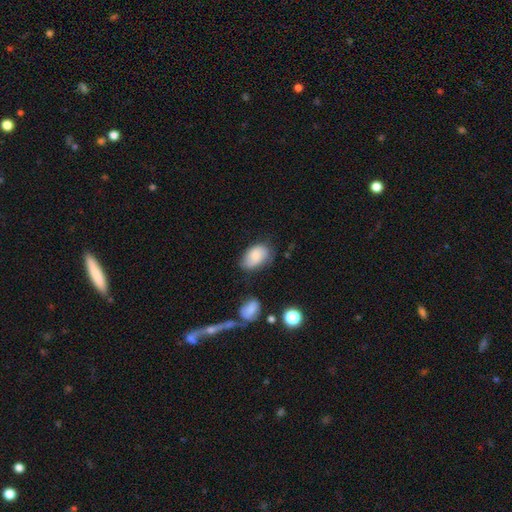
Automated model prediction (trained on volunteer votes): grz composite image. It shows a smooth galaxy with no disk features (76%) that is in between round and cigar-shaped (90%). Merging: none (60%).